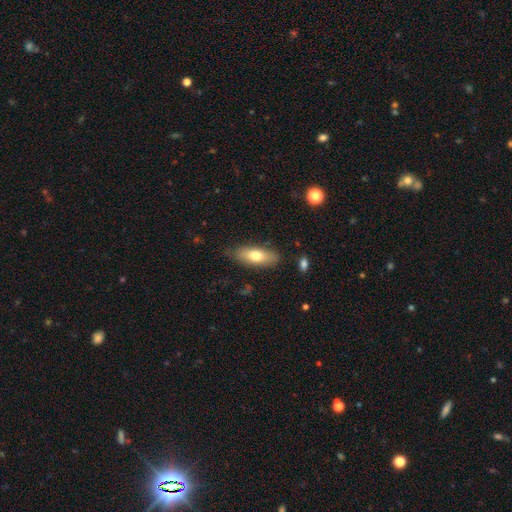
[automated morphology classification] smooth 71%, featured or disk 23%, star or artifact 6%. Down the decision tree: how rounded — in between (72%); merging — none (80%).